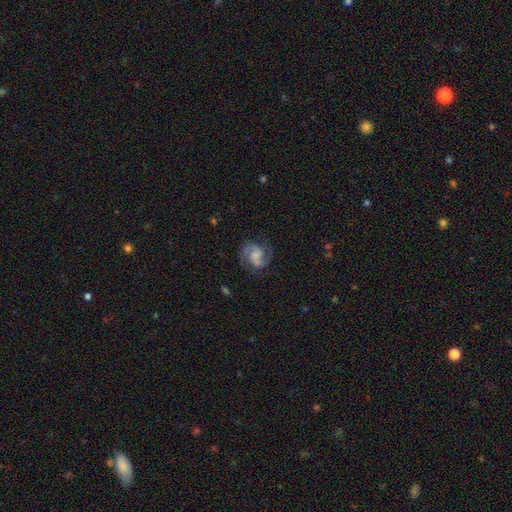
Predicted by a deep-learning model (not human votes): A featured or disk galaxy (83%) with no bar (50%), 2 (92%) medium (57%) spiral arms (97%) and a small central bulge (38%). Merging: none (78%).